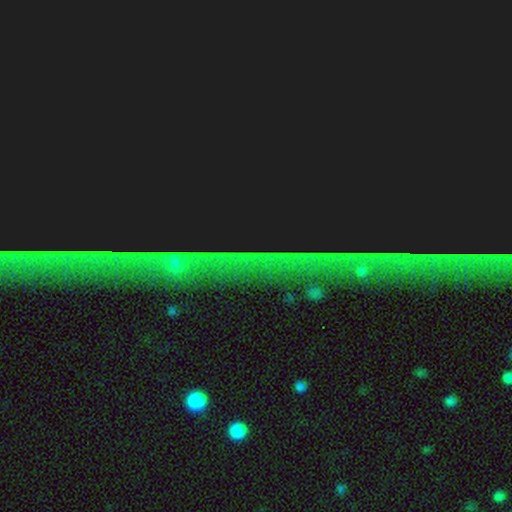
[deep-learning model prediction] Smooth or featured?
  - star or artifact: 78% *
  - smooth: 11%
  - featured or disk: 11%